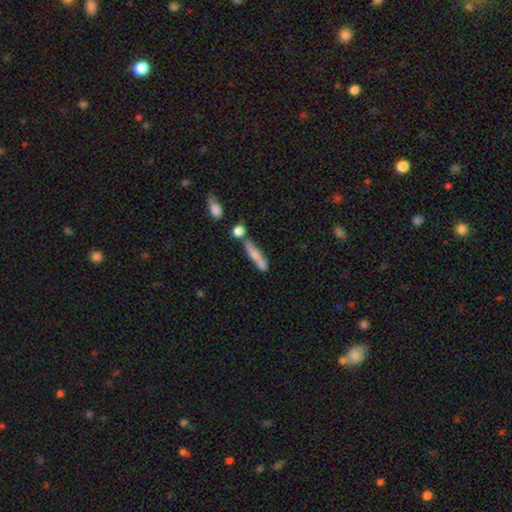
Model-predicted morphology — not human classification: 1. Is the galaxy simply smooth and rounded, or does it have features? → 61% smooth, 32% featured or disk, 7% star or artifact.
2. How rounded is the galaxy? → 83% cigar-shaped, 14% in between, 3% round.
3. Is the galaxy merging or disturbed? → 56% none, 21% merger, 17% minor disturbance, 6% major disturbance.